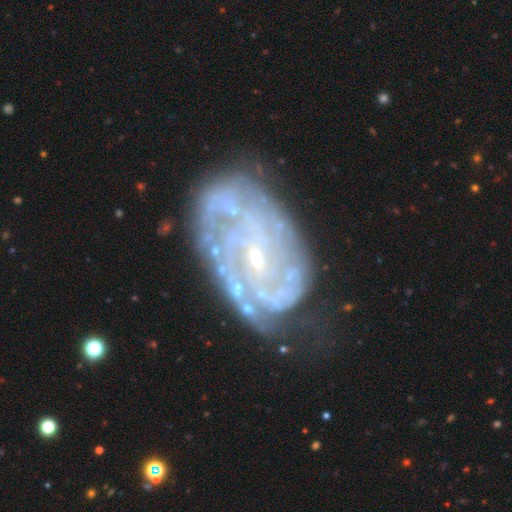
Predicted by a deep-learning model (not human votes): A featured or disk galaxy (84%) with no bar (61%), tight (59%) spiral arms (87%) and a small central bulge (84%). Merging: none (58%).